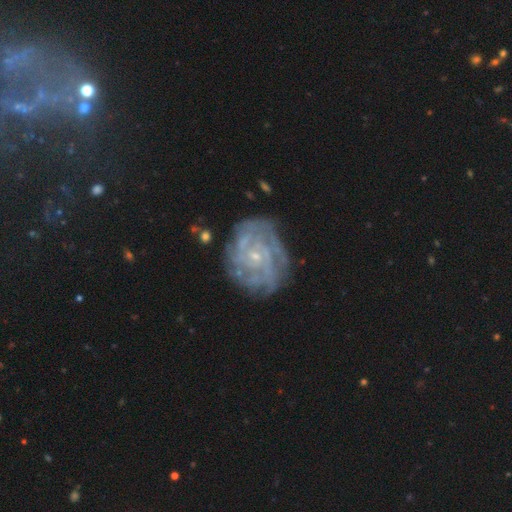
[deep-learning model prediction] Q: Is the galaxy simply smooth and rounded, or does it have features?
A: featured or disk — 85%.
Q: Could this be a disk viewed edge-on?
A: no — 98%.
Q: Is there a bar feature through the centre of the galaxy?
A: no — 74%.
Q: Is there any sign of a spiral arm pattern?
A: yes — 94%.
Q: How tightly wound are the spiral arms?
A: tight — 72%.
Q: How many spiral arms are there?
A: can't tell — 35%.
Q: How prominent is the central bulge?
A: small — 82%.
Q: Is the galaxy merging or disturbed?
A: none — 74%.